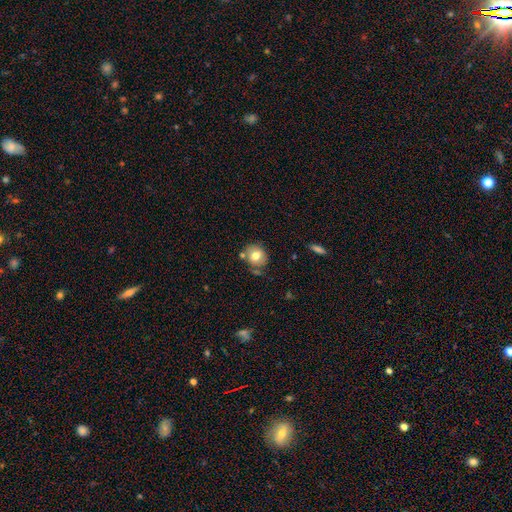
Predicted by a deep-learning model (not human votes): A smooth galaxy with no disk features (73%) that is round (78%).

Vote fractions:
- Smooth or featured? smooth: 73% / featured or disk: 17% / star or artifact: 10%
- How rounded? round: 78% / in between: 21% / cigar-shaped: 1%
- Merging? none: 68% / minor disturbance: 17% / merger: 10% / major disturbance: 5%